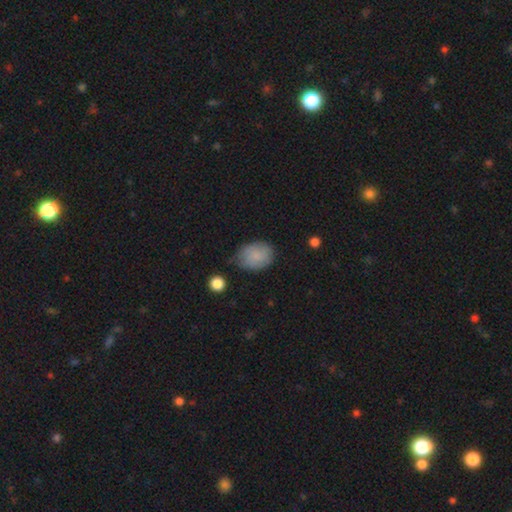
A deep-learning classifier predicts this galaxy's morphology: This appears to be a smooth galaxy with no disk features (85%) that is in between round and cigar-shaped (69%). Merging: none (66%).